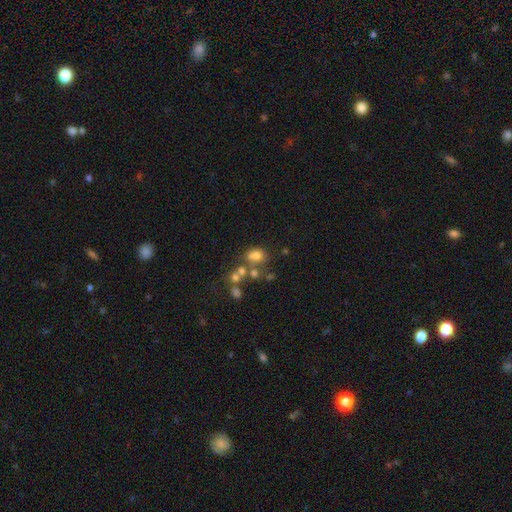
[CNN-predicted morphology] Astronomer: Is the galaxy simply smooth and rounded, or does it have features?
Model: smooth — 63%.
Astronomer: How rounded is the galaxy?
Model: round — 50% (runner-up: in between, 49%).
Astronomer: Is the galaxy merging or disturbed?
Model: none — 42% (runner-up: merger, 36%).